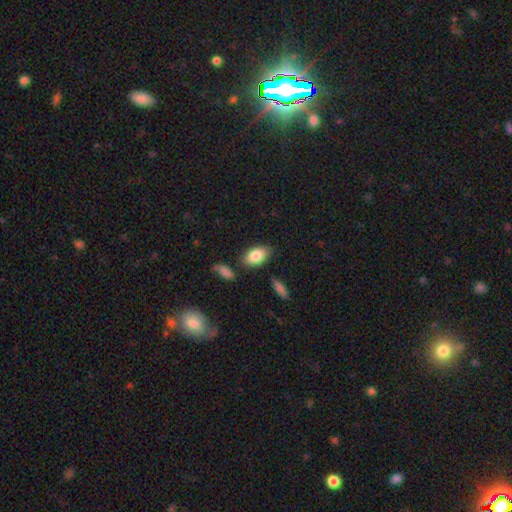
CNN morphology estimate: This is clearly a smooth galaxy (85%). How rounded: clearly in between (91%). Merging: likely none (79%).